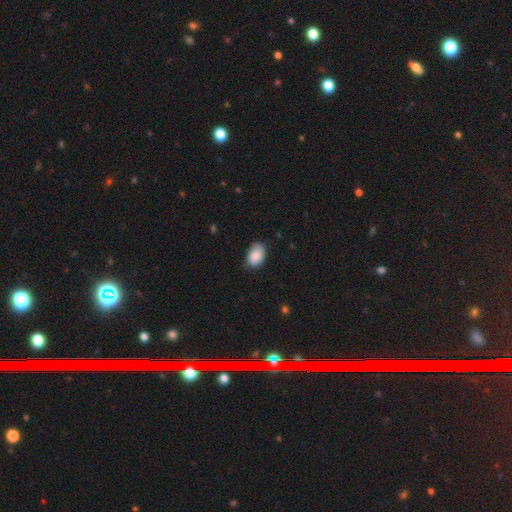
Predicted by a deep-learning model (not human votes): The model was most divided on "merging": none: 62%, minor disturbance: 32%, major disturbance: 5%, merger: 1%. More confident: smooth or featured — smooth (87%); how rounded — in between (86%).